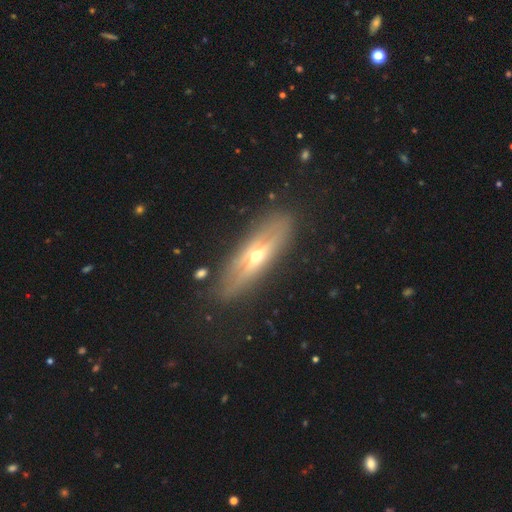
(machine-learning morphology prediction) Smooth or featured?
  - featured or disk: 70% *
  - smooth: 22%
  - star or artifact: 7%
Edge-on disk?
  - yes: 79% *
  - no: 21%
Edge-on bulge?
  - rounded: 92% *
  - none: 6%
  - boxy: 3%
Merging?
  - none: 81% *
  - minor disturbance: 12%
  - major disturbance: 5%
  - merger: 2%